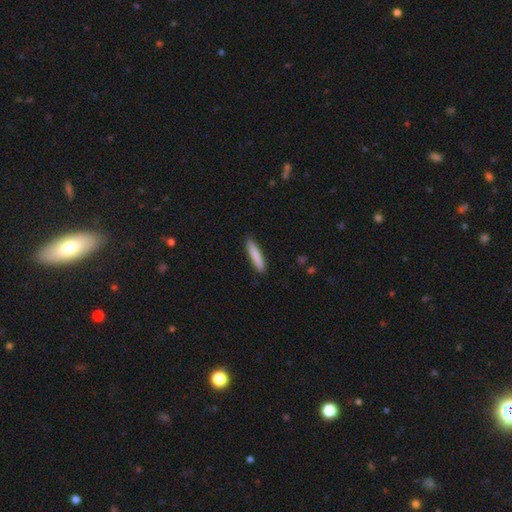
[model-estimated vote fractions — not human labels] smooth 85%, featured or disk 10%, star or artifact 5%. Down the decision tree: how rounded — cigar-shaped (90%); merging — none (90%).